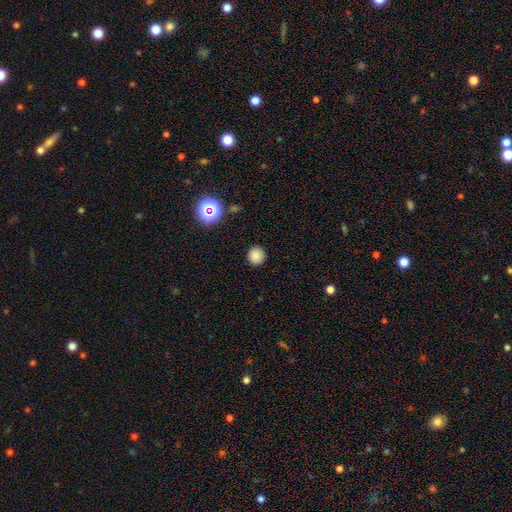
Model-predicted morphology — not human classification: A smooth galaxy with no disk features (82%) that is round (93%).

Vote fractions:
- Smooth or featured? smooth: 82% / star or artifact: 13% / featured or disk: 4%
- How rounded? round: 93% / in between: 6% / cigar-shaped: 1%
- Merging? none: 92% / minor disturbance: 5% / major disturbance: 2% / merger: 1%